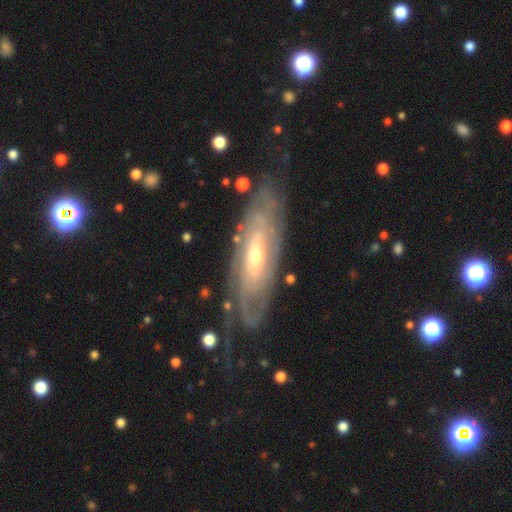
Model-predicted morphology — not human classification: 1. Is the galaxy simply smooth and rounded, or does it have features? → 84% featured or disk, 11% smooth, 5% star or artifact.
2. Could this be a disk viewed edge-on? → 86% no, 14% yes.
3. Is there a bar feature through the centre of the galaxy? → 52% no, 33% weak, 15% strong.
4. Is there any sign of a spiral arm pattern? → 88% yes, 12% no.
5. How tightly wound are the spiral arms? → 69% tight, 23% medium, 8% loose.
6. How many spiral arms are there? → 54% can't tell, 21% 2, 9% 3, 6% 4, 5% more than 4, 5% 1.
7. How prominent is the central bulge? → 48% small, 47% moderate, 3% large, 1% none, 1% dominant.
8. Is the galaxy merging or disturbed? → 71% none, 17% minor disturbance, 9% major disturbance, 2% merger.